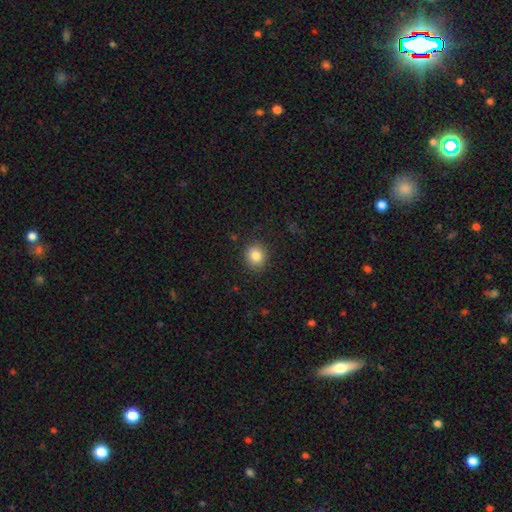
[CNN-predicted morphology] Smooth or featured? Predicted: smooth (p=0.84). How rounded? Predicted: round (p=0.79). Merging? Predicted: none (p=0.88).